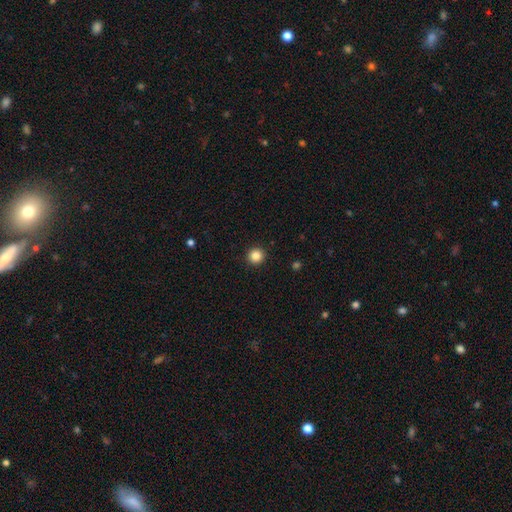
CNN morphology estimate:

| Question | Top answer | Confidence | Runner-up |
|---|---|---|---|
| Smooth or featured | smooth | 86% | star or artifact (11%) |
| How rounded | round | 95% | in between (4%) |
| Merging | none | 93% | minor disturbance (4%) |